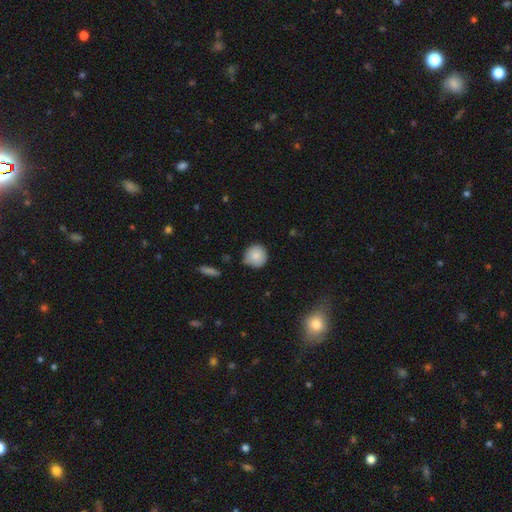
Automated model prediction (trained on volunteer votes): Smooth or featured? smooth (85%)
How rounded? round (92%)
Merging? none (75%)